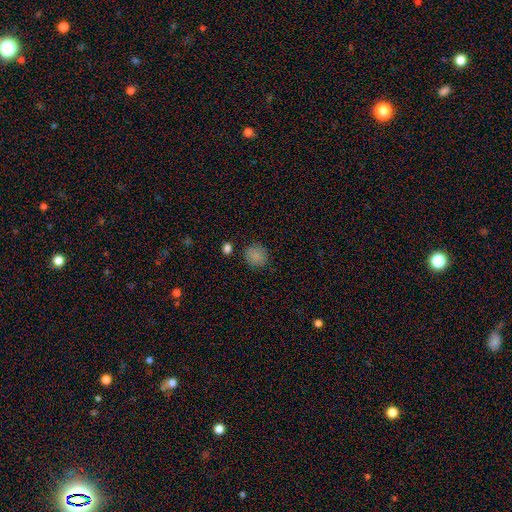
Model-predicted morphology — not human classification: Smooth or featured? Predicted: smooth (p=0.85). How rounded? Predicted: round (p=0.86). Merging? Predicted: none (p=0.85).